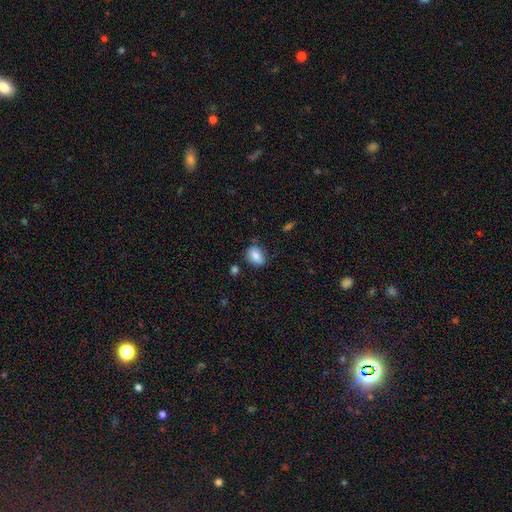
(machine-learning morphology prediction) Smooth or featured: smooth — 80% (featured or disk — 11%)
How rounded: in between — 74% (round — 24%)
Merging: none — 69% (minor disturbance — 22%)